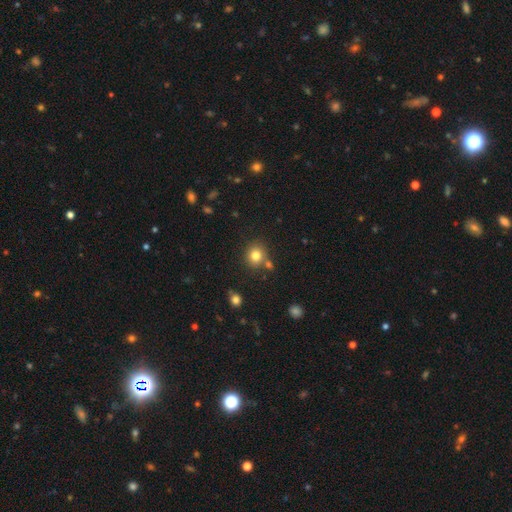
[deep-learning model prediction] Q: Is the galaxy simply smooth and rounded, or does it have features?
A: smooth — 80%.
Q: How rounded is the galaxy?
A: round — 82%.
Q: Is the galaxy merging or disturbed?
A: none — 74%.